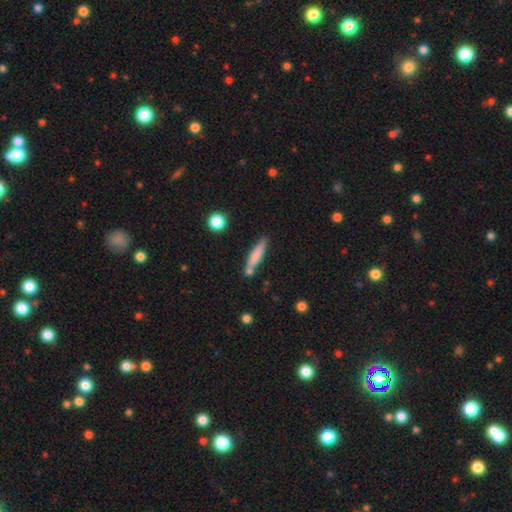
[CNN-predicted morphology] This appears to be a smooth galaxy with no disk features (72%) that is cigar-shaped (88%). Merging: none (72%).